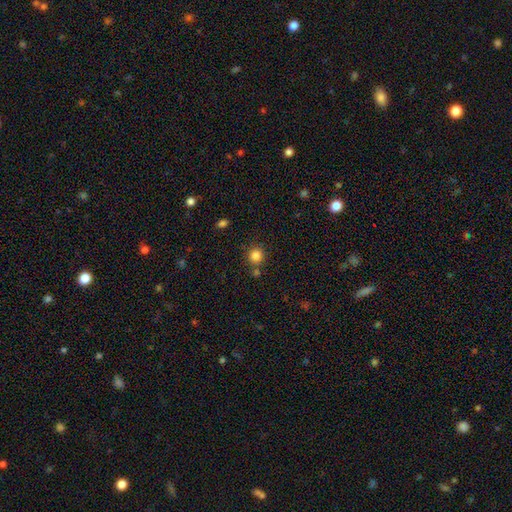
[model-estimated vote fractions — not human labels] Smooth or featured? smooth (84%)
How rounded? round (90%)
Merging? none (76%)